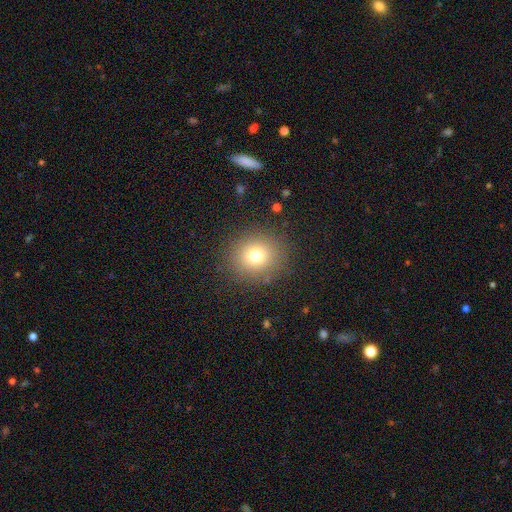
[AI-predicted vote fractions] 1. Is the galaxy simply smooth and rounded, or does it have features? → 75% smooth, 15% star or artifact, 10% featured or disk.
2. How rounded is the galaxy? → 86% round, 14% in between, 1% cigar-shaped.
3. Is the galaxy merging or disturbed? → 87% none, 8% minor disturbance, 4% major disturbance, 1% merger.